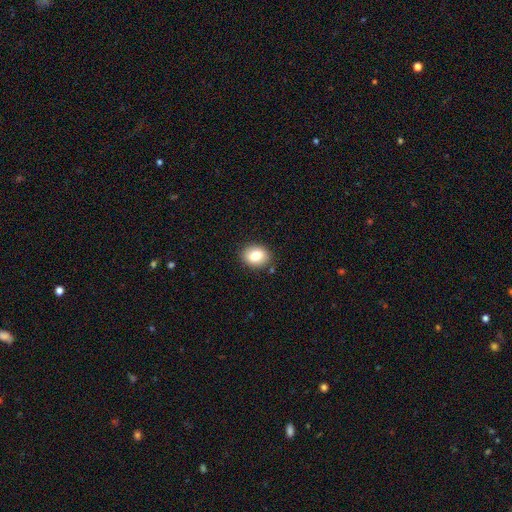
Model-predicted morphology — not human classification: Overall: smooth (82%). How rounded: in between (58%; round 41%). Merging: none (87%).